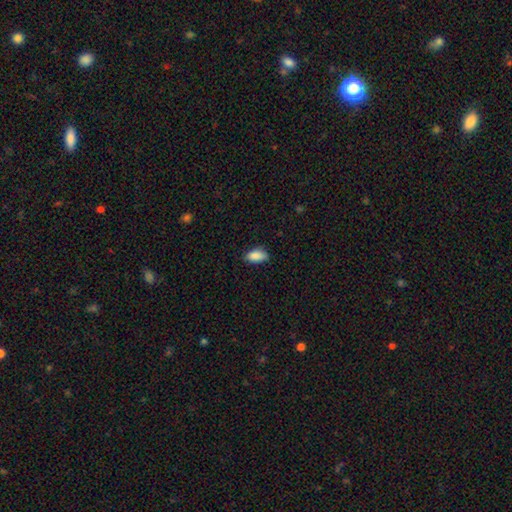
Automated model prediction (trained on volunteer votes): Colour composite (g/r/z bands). It shows a smooth galaxy with no disk features (88%) that is in between round and cigar-shaped (91%). Merging: none (78%).